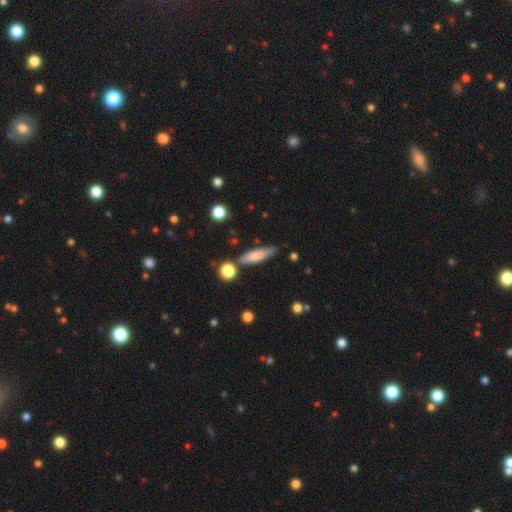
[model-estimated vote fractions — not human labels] A smooth galaxy with no disk features (69%) that is cigar-shaped (74%). Merging: none (76%).